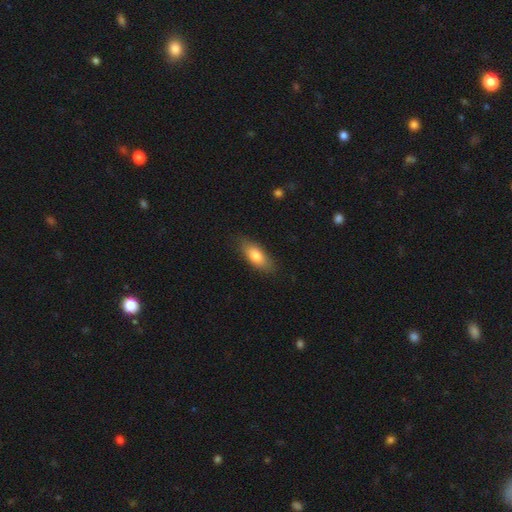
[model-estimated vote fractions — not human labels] smooth_or_featured: smooth (p=0.78) [alt: featured or disk p=0.16]
how_rounded: in between (p=0.79) [alt: cigar-shaped p=0.18]
merging: none (p=0.82) [alt: minor disturbance p=0.14]